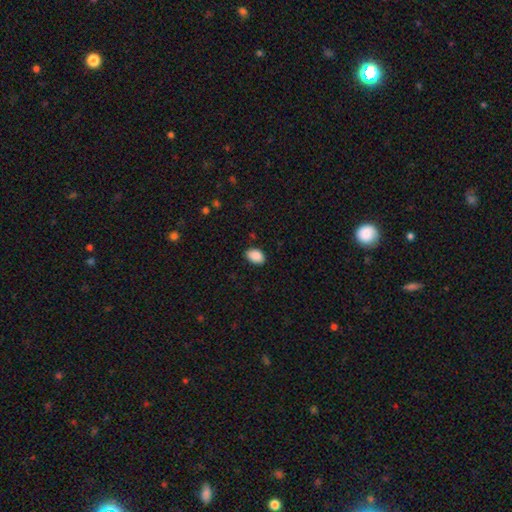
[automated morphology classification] smooth_or_featured: smooth (p=0.89) [alt: star or artifact p=0.07]
how_rounded: in between (p=0.86) [alt: round p=0.13]
merging: none (p=0.84) [alt: minor disturbance p=0.13]